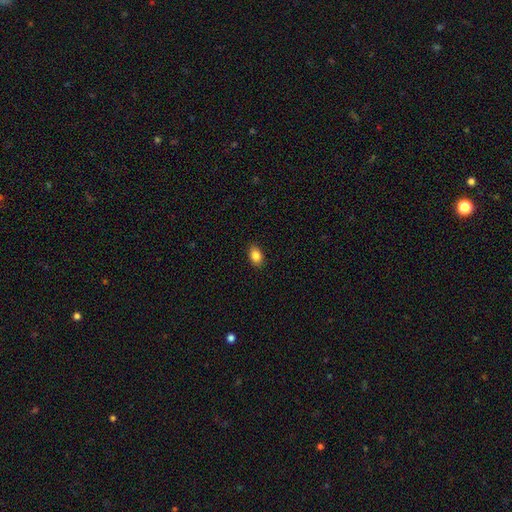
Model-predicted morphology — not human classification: smooth_or_featured: smooth (p=0.86) [alt: star or artifact p=0.09]
how_rounded: in between (p=0.82) [alt: round p=0.17]
merging: none (p=0.89) [alt: minor disturbance p=0.08]